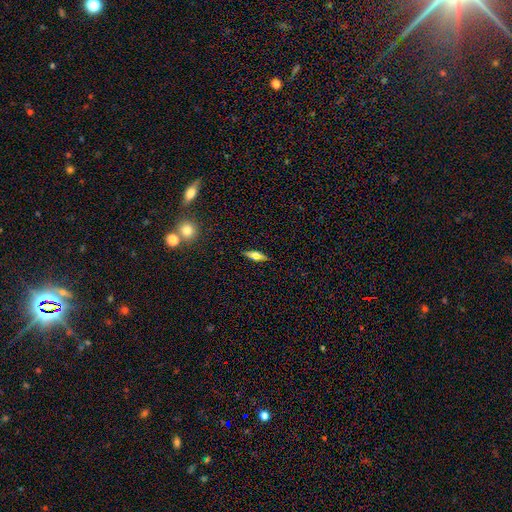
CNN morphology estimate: Smooth or featured: smooth — 46% (featured or disk — 40%)
Merging: none — 87% (minor disturbance — 9%)